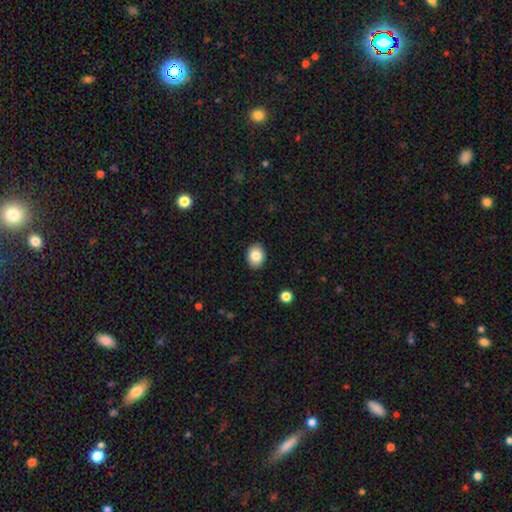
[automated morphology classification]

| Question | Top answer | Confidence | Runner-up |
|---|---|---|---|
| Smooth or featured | smooth | 85% | star or artifact (8%) |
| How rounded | in between | 61% | round (38%) |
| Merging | none | 90% | minor disturbance (7%) |